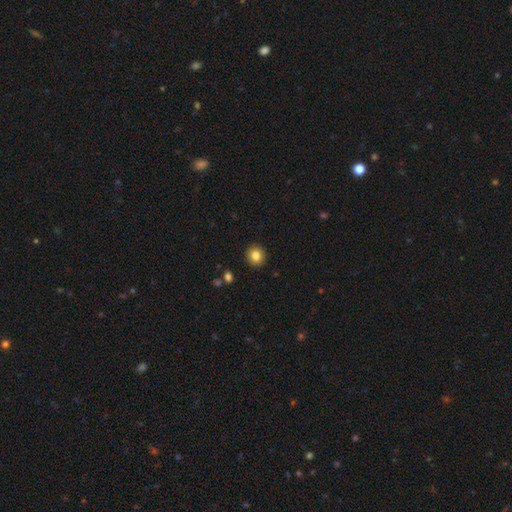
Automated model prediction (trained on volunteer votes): smooth-or-featured: smooth: 83% | star or artifact: 10% | featured or disk: 7%
  how-rounded: round: 89% | in between: 10% | cigar-shaped: 1%
  merging: none: 92% | minor disturbance: 5% | major disturbance: 2% | merger: 1%